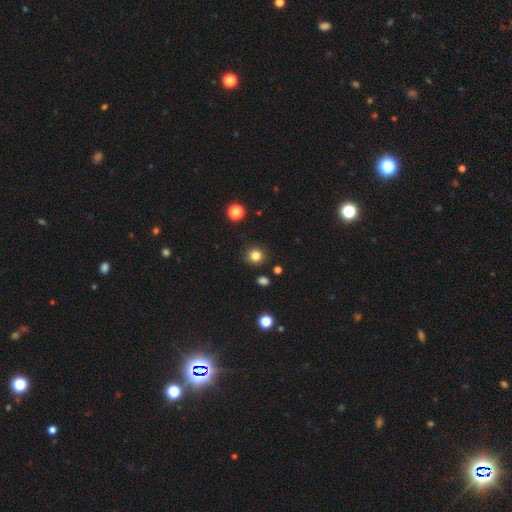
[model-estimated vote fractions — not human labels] A smooth galaxy with no disk features (82%) that is round (91%). Merging: none (90%).